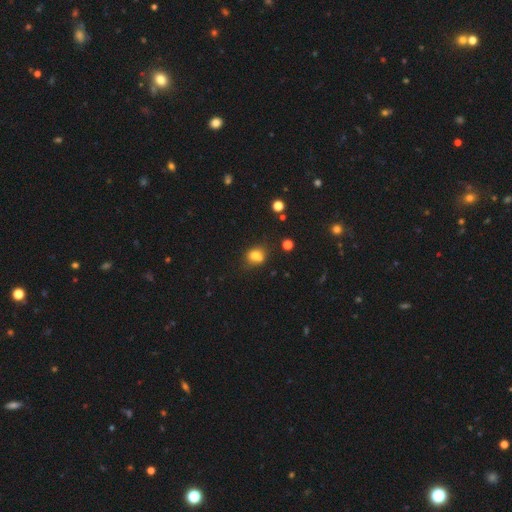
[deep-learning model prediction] Overall: smooth (72%). How rounded: round (54%; in between 45%). Merging: none (46%; merger 28%).